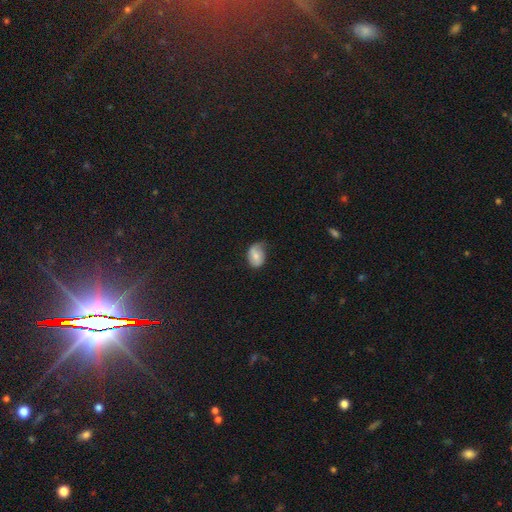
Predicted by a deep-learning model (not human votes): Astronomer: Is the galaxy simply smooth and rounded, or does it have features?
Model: smooth — 64%.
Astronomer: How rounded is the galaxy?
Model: in between — 77%.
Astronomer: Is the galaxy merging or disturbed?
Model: none — 43% (runner-up: minor disturbance, 41%).